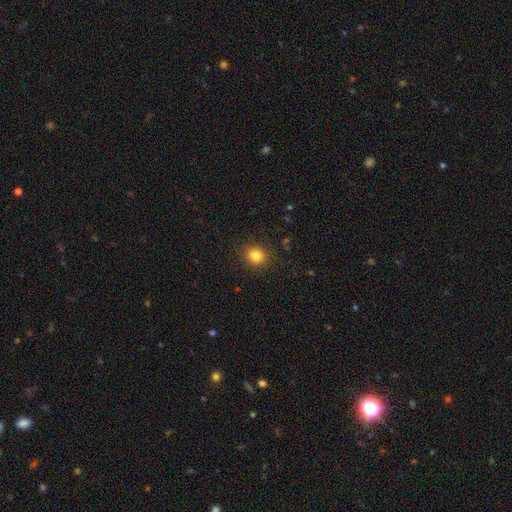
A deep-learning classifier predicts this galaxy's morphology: smooth 83%, star or artifact 12%, featured or disk 5%. Down the decision tree: how rounded — round (75%); merging — none (89%).